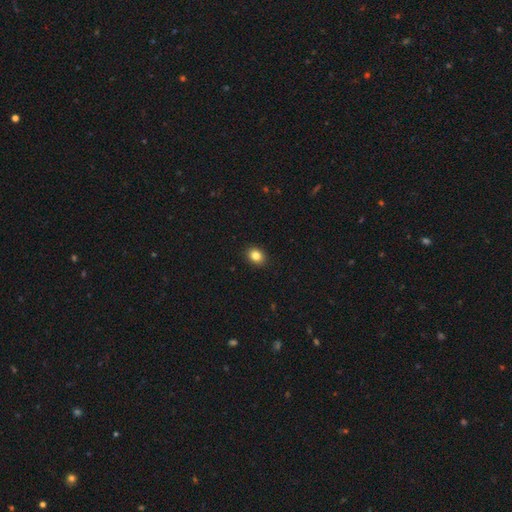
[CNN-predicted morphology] A smooth galaxy with no disk features (84%) that is in between round and cigar-shaped (51%).

Vote fractions:
- Smooth or featured? smooth: 84% / star or artifact: 10% / featured or disk: 6%
- How rounded? in between: 51% / round: 48% / cigar-shaped: 1%
- Merging? none: 91% / minor disturbance: 6% / major disturbance: 2% / merger: 1%